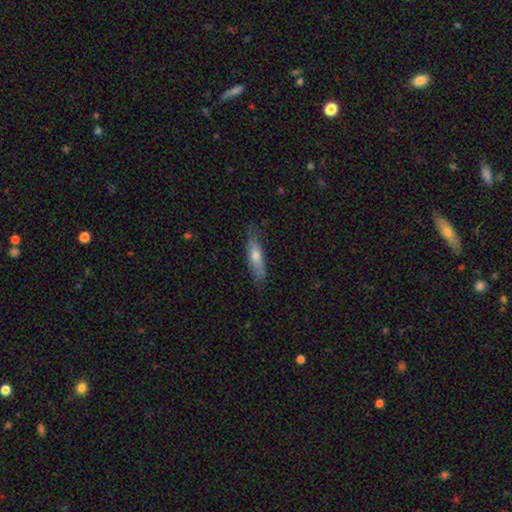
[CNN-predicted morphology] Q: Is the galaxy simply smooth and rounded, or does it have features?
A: smooth — 60%.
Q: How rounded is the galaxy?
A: cigar-shaped — 70%.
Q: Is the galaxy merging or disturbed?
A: none — 76%.